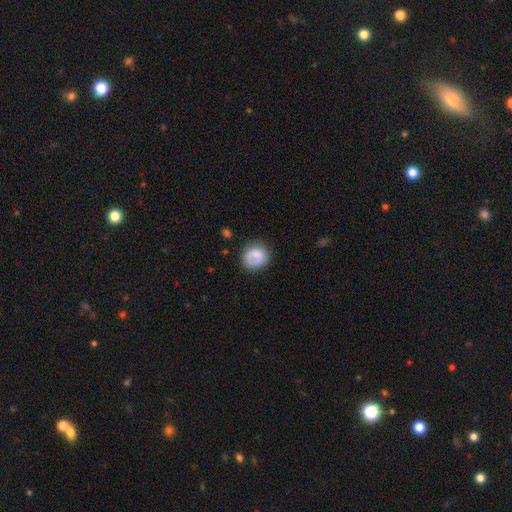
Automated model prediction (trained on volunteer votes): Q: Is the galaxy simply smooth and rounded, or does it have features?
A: smooth — 76%.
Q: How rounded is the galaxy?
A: round — 82%.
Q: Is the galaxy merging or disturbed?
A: none — 70%.